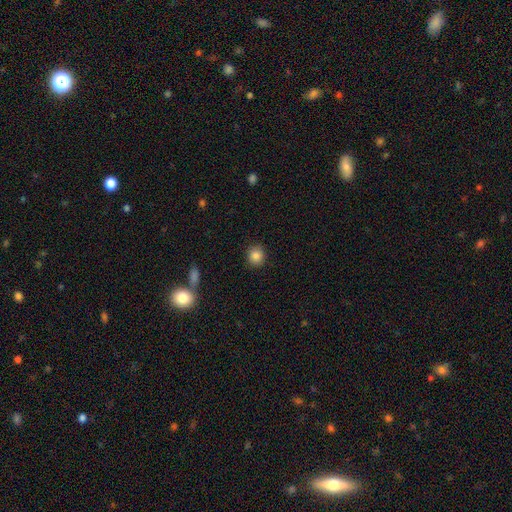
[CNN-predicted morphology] Smooth or featured? Predicted: smooth (p=0.85). How rounded? Predicted: round (p=0.87). Merging? Predicted: none (p=0.89).